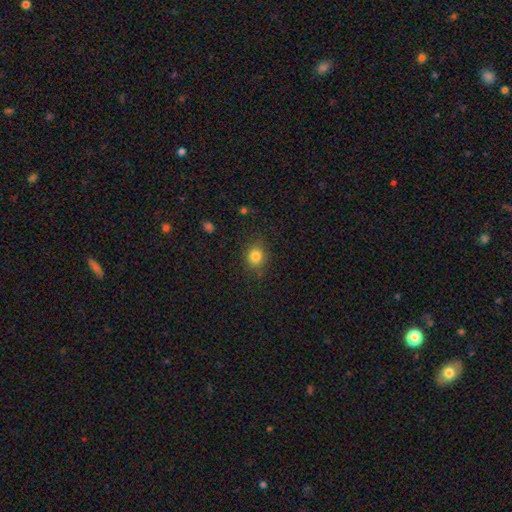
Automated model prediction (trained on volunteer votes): A smooth galaxy with no disk features (83%) that is round (74%).

Vote fractions:
- Smooth or featured? smooth: 83% / star or artifact: 12% / featured or disk: 6%
- How rounded? round: 74% / in between: 25% / cigar-shaped: 1%
- Merging? none: 82% / minor disturbance: 12% / major disturbance: 4% / merger: 2%